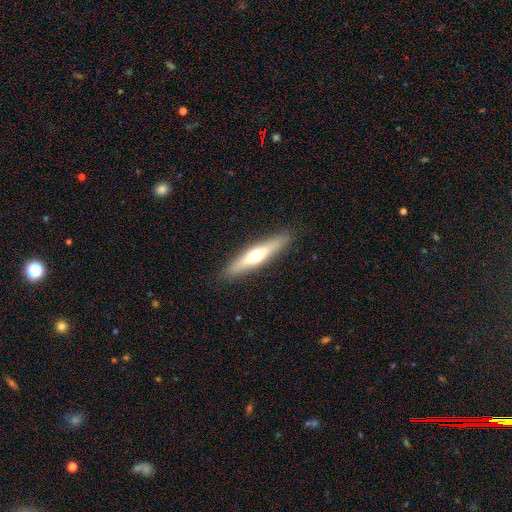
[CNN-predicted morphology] The model was most divided on "smooth or featured": featured or disk: 52%, smooth: 42%, star or artifact: 6%. More confident: edge-on disk — yes (91%); merging — none (90%).